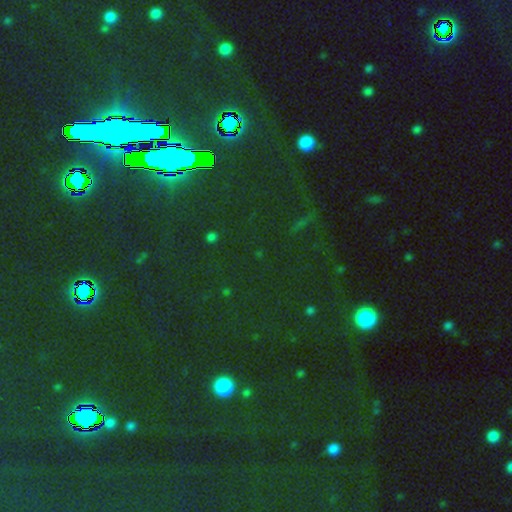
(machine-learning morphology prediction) type=star or artifact (81%).